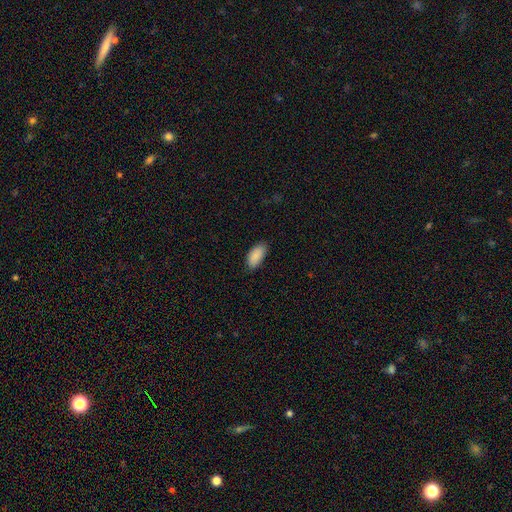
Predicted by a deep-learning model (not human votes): Smooth or featured? Predicted: smooth (p=0.90). How rounded? Predicted: in between (p=0.93). Merging? Predicted: none (p=0.81).